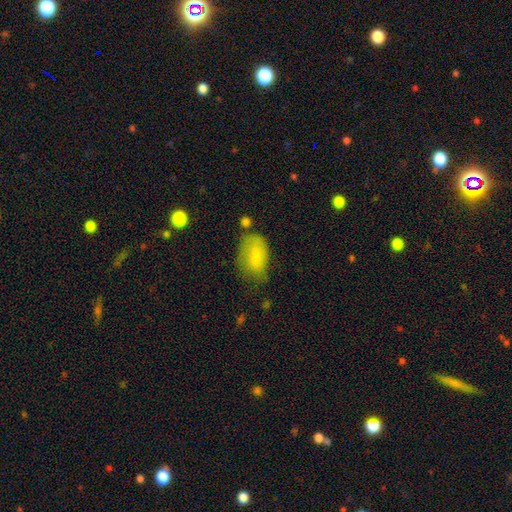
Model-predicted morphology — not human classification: Overall: smooth (76%). How rounded: in between (89%). Merging: none (50%; minor disturbance 32%).